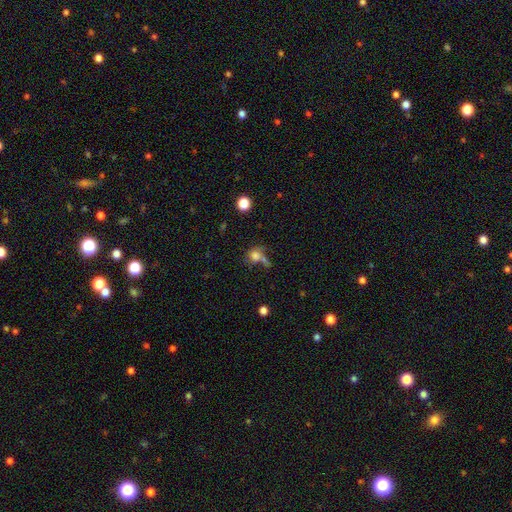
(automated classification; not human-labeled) smooth 74%, star or artifact 14%, featured or disk 12%. Down the decision tree: how rounded — round (66%); merging — none (43%).